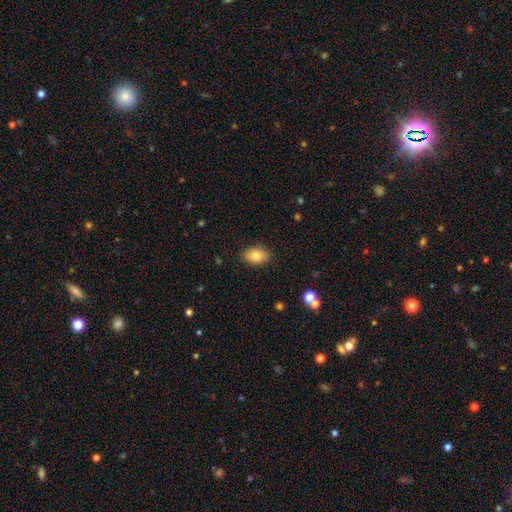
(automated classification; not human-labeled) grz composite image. It shows a smooth galaxy with no disk features (84%) that is in between round and cigar-shaped (86%). Merging: none (87%).